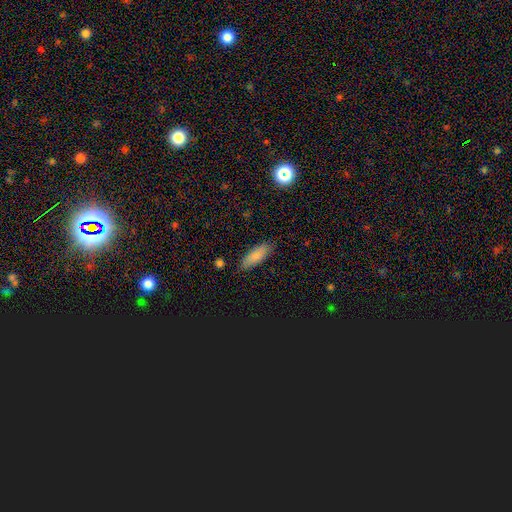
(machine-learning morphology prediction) A smooth galaxy with no disk features (85%) that is in between round and cigar-shaped (65%).

Vote fractions:
- Smooth or featured? smooth: 85% / featured or disk: 8% / star or artifact: 7%
- How rounded? in between: 65% / cigar-shaped: 33% / round: 2%
- Merging? none: 83% / minor disturbance: 13% / major disturbance: 2% / merger: 1%